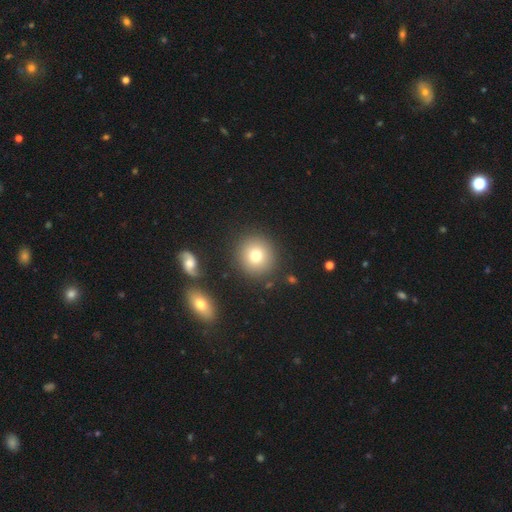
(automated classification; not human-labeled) The model was most divided on "smooth or featured": smooth: 77%, featured or disk: 12%, star or artifact: 11%. More confident: how rounded — round (90%); merging — none (87%).